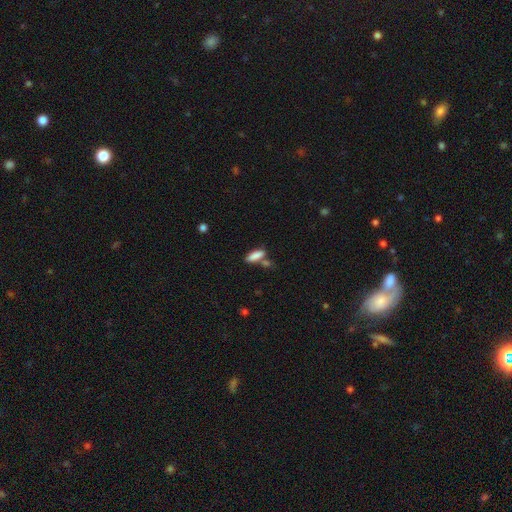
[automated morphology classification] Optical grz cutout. It shows a smooth galaxy with no disk features (85%) that is in between round and cigar-shaped (57%). Merging: none (58%).